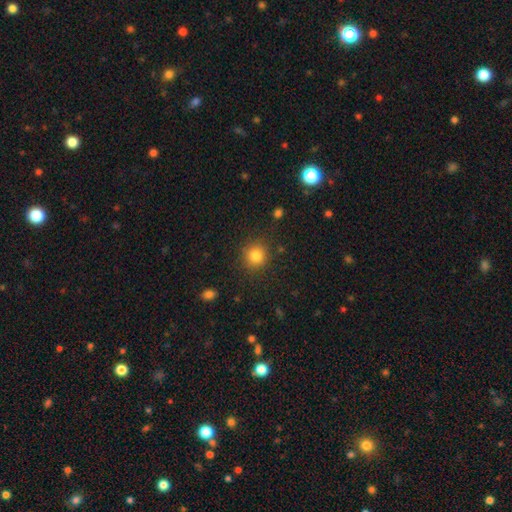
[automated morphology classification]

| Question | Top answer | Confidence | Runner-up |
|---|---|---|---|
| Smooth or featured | smooth | 83% | star or artifact (12%) |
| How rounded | round | 90% | in between (9%) |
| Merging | none | 87% | minor disturbance (8%) |